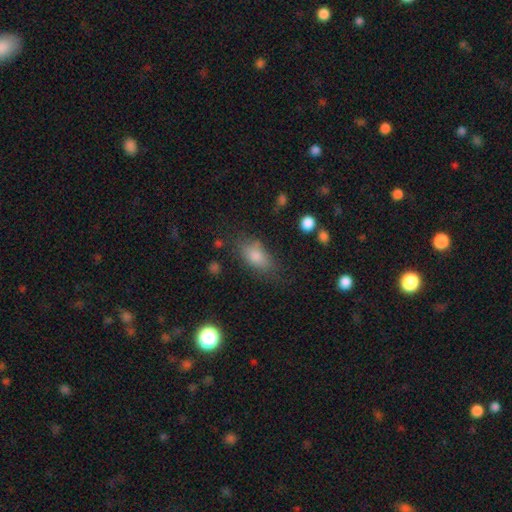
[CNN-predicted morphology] Q: Smooth or featured?
A: smooth (77%); runner-up: featured or disk (12%)
Q: How rounded?
A: in between (83%); runner-up: round (9%)
Q: Merging?
A: none (70%); runner-up: minor disturbance (19%)